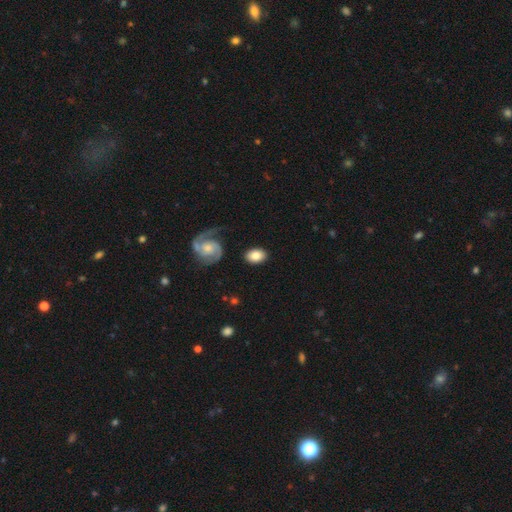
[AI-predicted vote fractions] The model was most divided on "smooth or featured": smooth: 78%, featured or disk: 16%, star or artifact: 6%. More confident: merging — none (83%); how rounded — in between (81%).